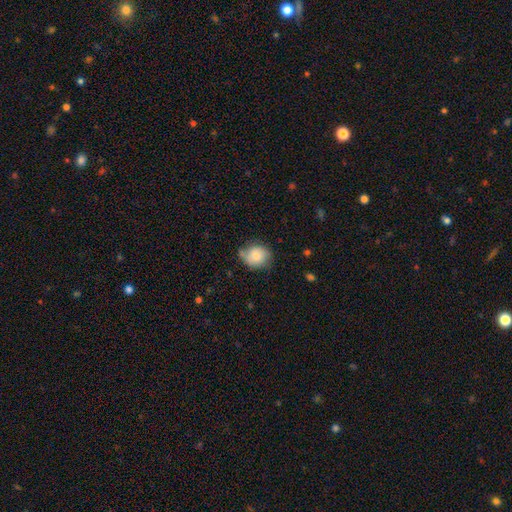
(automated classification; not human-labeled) smooth 78%, featured or disk 14%, star or artifact 8%. Down the decision tree: how rounded — round (70%); merging — none (62%).